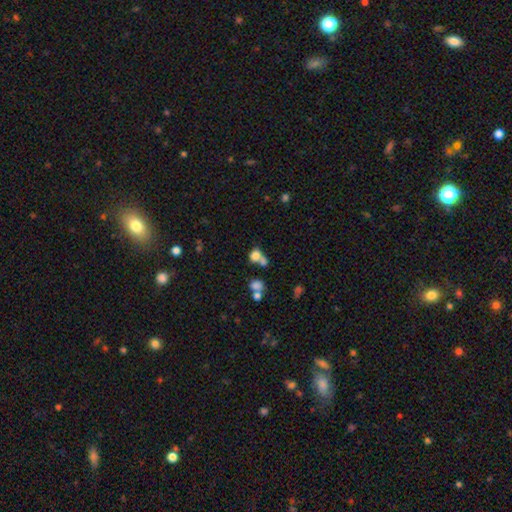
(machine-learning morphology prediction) Smooth or featured?
  - smooth: 76% *
  - star or artifact: 13%
  - featured or disk: 11%
How rounded?
  - round: 50% *
  - in between: 48%
  - cigar-shaped: 2%
Merging?
  - merger: 51% *
  - none: 33%
  - minor disturbance: 10%
  - major disturbance: 7%